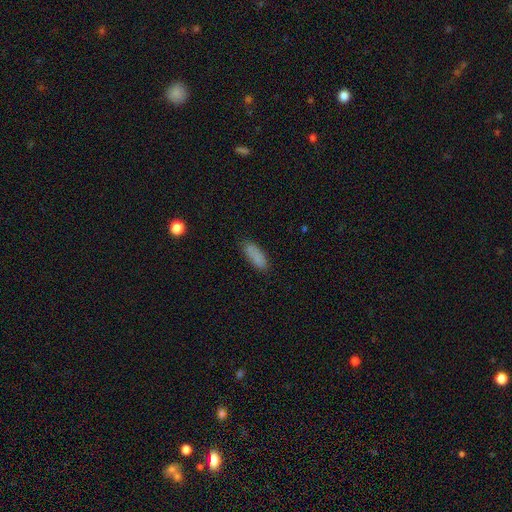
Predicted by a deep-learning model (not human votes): smooth 83%, star or artifact 9%, featured or disk 8%. Down the decision tree: how rounded — in between (66%); merging — none (76%).